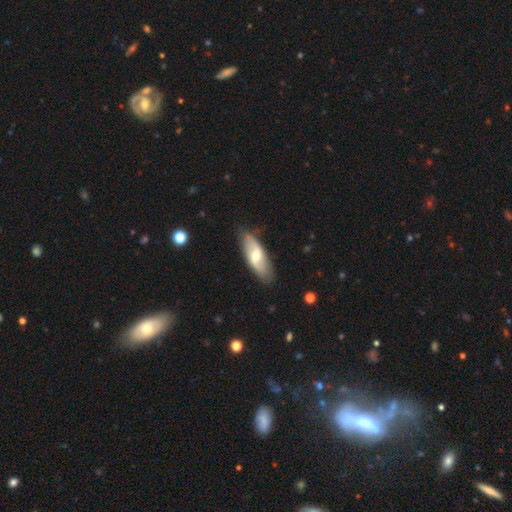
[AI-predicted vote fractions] A featured or disk galaxy (50%). Merging: none (81%).